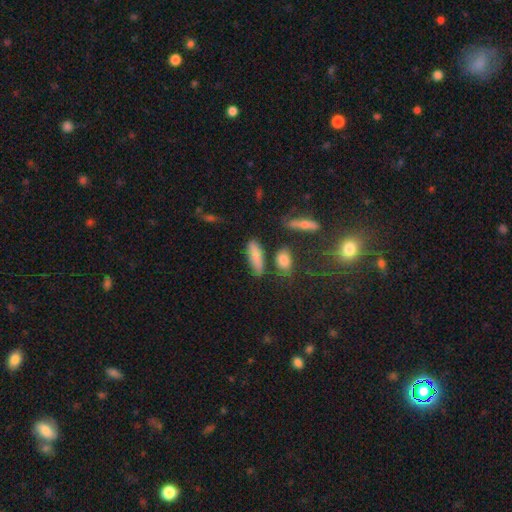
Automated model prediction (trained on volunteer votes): smooth_or_featured: smooth (p=0.76) [alt: featured or disk p=0.15]
how_rounded: in between (p=0.53) [alt: cigar-shaped p=0.43]
merging: none (p=0.72) [alt: minor disturbance p=0.15]